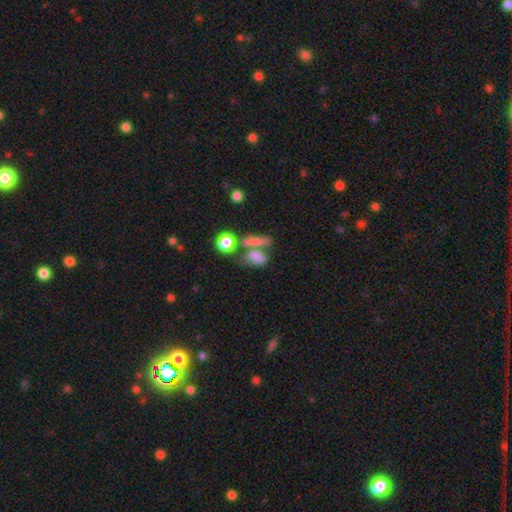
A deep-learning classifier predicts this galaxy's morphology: smooth-or-featured: smooth: 72% | featured or disk: 16% | star or artifact: 12%
  how-rounded: in between: 61% | round: 23% | cigar-shaped: 16%
  merging: merger: 41% | none: 37% | minor disturbance: 13% | major disturbance: 9%